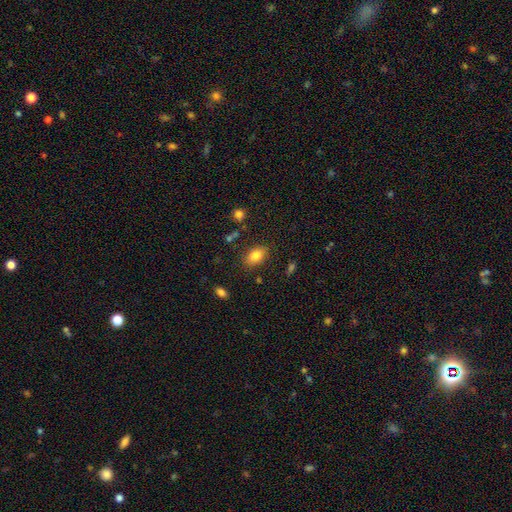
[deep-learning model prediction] A smooth galaxy with no disk features (82%) that is in between round and cigar-shaped (86%). Merging: none (82%).